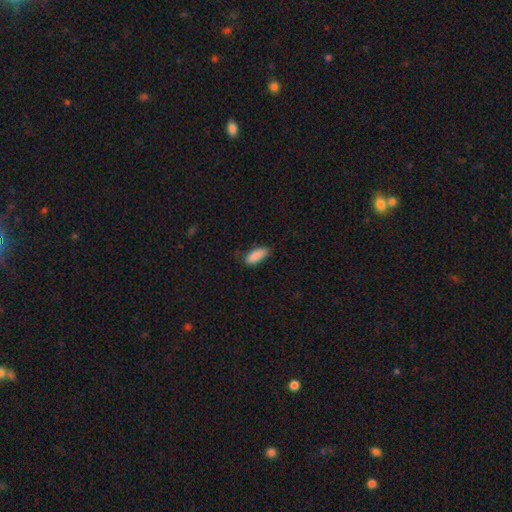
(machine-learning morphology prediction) smooth 89%, star or artifact 7%, featured or disk 4%. Down the decision tree: how rounded — in between (76%); merging — none (72%).